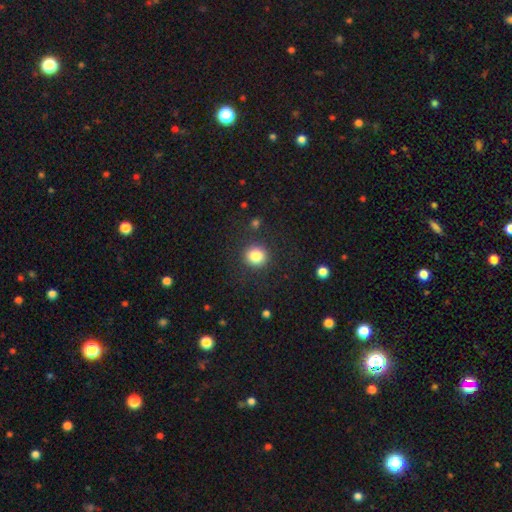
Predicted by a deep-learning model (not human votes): This is clearly a smooth galaxy (84%). How rounded: clearly round (92%). Merging: clearly none (89%).